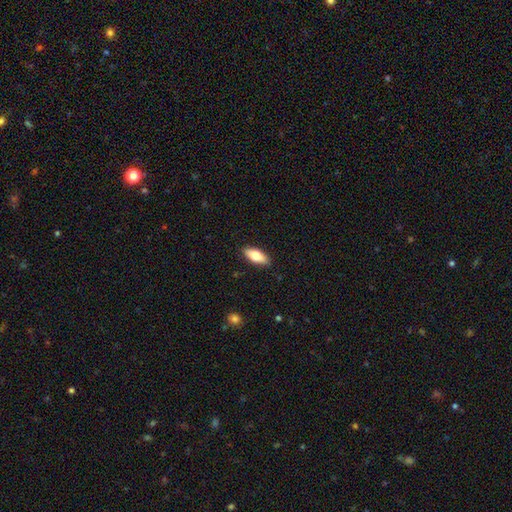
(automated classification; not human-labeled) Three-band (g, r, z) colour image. It shows a smooth galaxy with no disk features (77%) that is in between round and cigar-shaped (79%). Merging: none (89%).